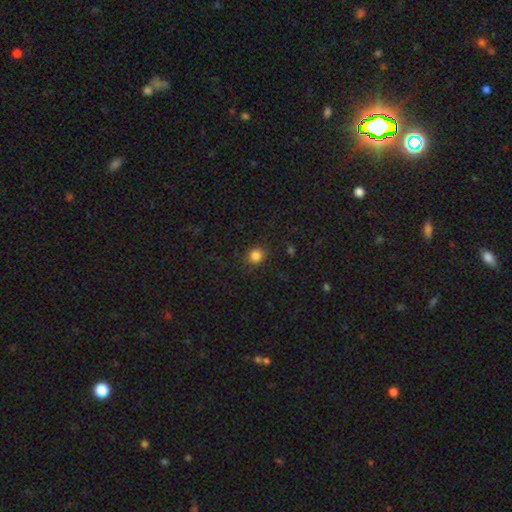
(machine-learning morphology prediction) The model was most divided on "how rounded": round: 85%, in between: 14%, cigar-shaped: 1%. More confident: merging — none (87%); smooth or featured — smooth (84%).